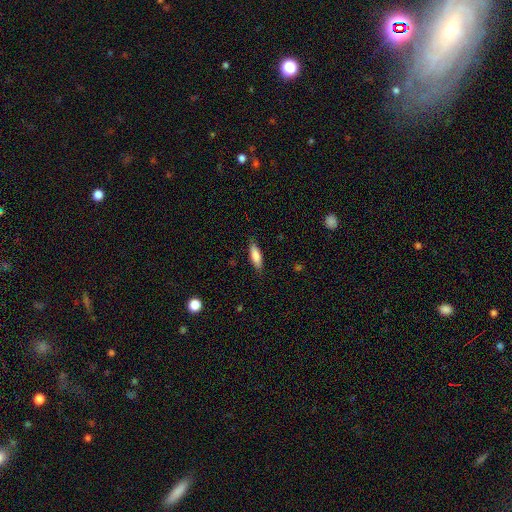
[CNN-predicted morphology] smooth-or-featured: smooth: 81% | featured or disk: 13% | star or artifact: 6%
  how-rounded: cigar-shaped: 51% | in between: 47% | round: 2%
  merging: none: 84% | minor disturbance: 12% | major disturbance: 3% | merger: 1%